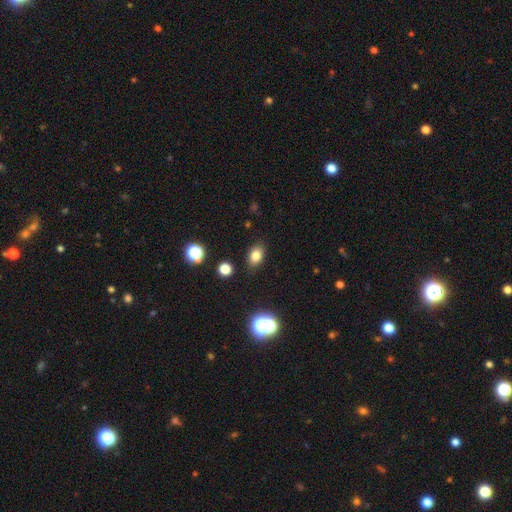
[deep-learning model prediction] This is likely a smooth galaxy (79%). How rounded: likely in between (79%). Merging: clearly none (86%).